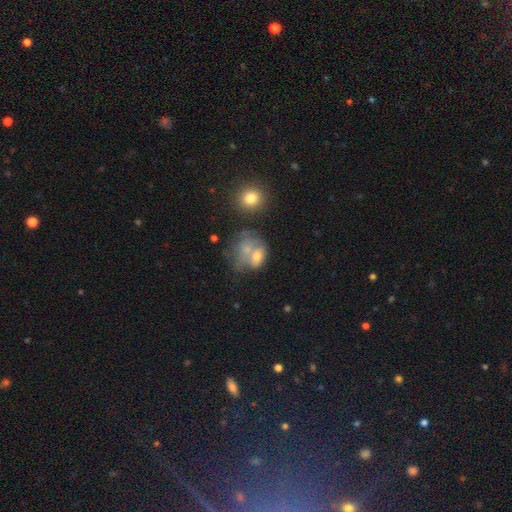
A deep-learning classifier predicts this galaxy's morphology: This is possibly a smooth galaxy (52%). How rounded: possibly round (51%). Merging: possibly merger (47%).